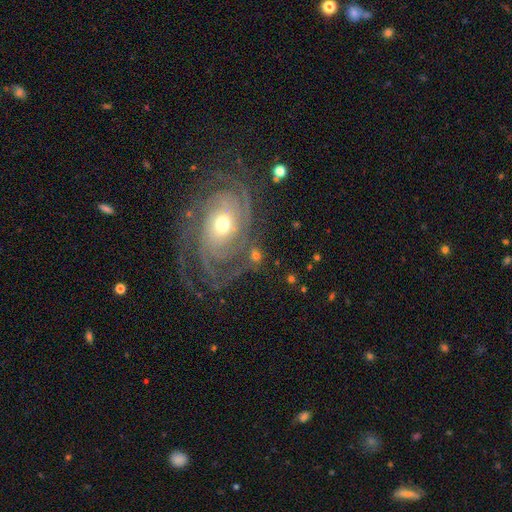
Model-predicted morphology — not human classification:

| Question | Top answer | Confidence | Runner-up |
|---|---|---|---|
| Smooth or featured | featured or disk | 67% | smooth (21%) |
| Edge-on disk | no | 95% | yes (5%) |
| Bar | no | 71% | weak (20%) |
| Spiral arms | yes | 89% | no (11%) |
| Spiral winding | tight | 64% | medium (26%) |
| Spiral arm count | can't tell | 27% | 2 (24%) |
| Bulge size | moderate | 57% | small (33%) |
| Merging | none | 68% | minor disturbance (15%) |